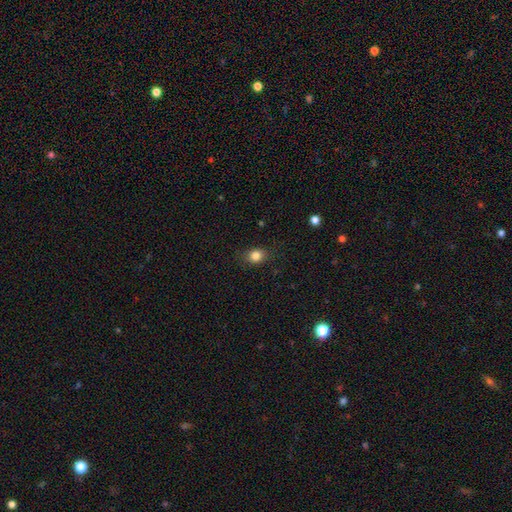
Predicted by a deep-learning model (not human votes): smooth-or-featured: smooth: 83% | star or artifact: 11% | featured or disk: 6%
  how-rounded: round: 54% | in between: 44% | cigar-shaped: 1%
  merging: none: 84% | minor disturbance: 12% | major disturbance: 3% | merger: 1%